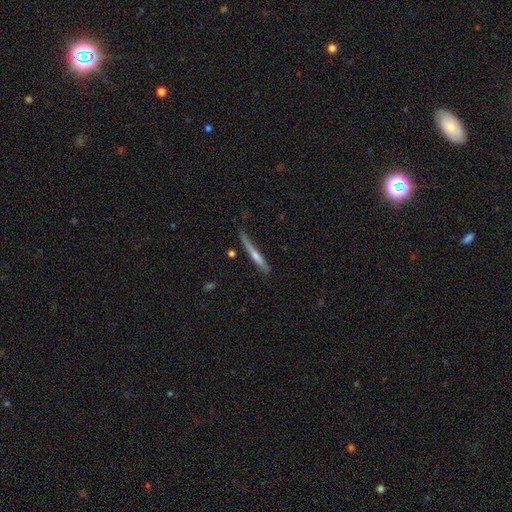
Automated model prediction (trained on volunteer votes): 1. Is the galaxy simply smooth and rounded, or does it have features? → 49% smooth, 45% featured or disk, 6% star or artifact.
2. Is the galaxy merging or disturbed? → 72% none, 20% minor disturbance, 4% major disturbance, 3% merger.